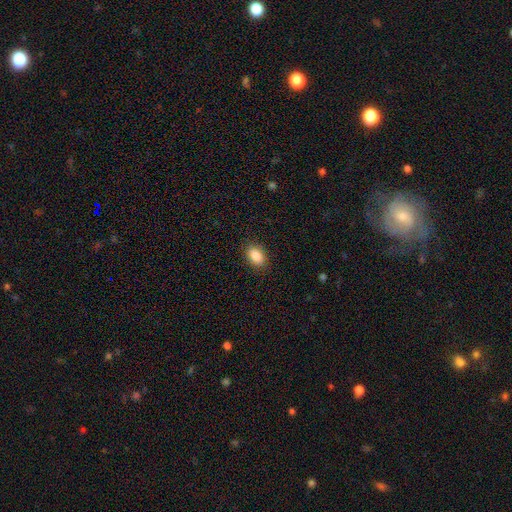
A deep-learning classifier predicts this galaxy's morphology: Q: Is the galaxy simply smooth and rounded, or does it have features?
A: smooth — 88%.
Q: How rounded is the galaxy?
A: in between — 87%.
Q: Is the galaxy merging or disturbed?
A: none — 88%.